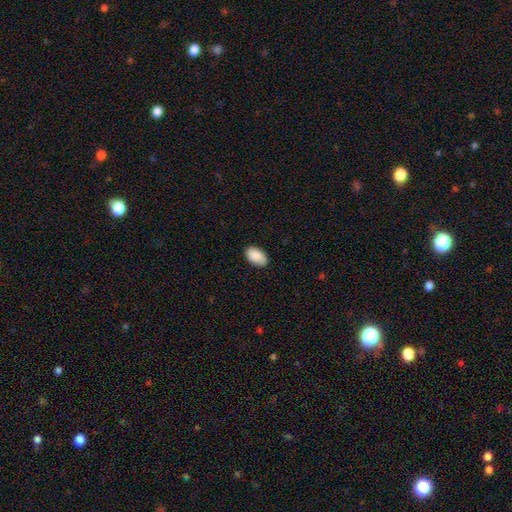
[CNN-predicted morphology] A smooth galaxy with no disk features (90%) that is in between round and cigar-shaped (94%). Merging: none (85%).